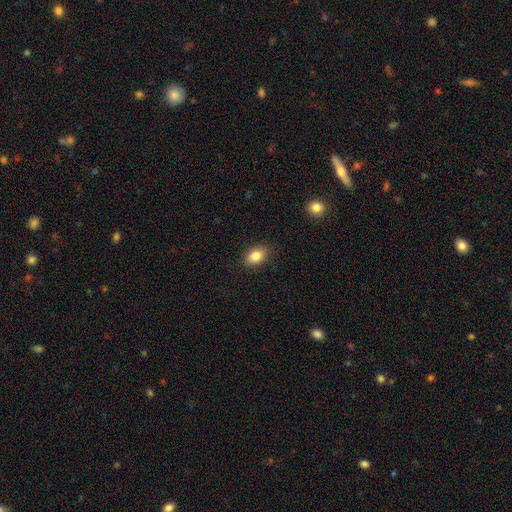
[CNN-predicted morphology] The model was most divided on "how rounded": in between: 83%, round: 16%, cigar-shaped: 1%. More confident: merging — none (87%); smooth or featured — smooth (84%).